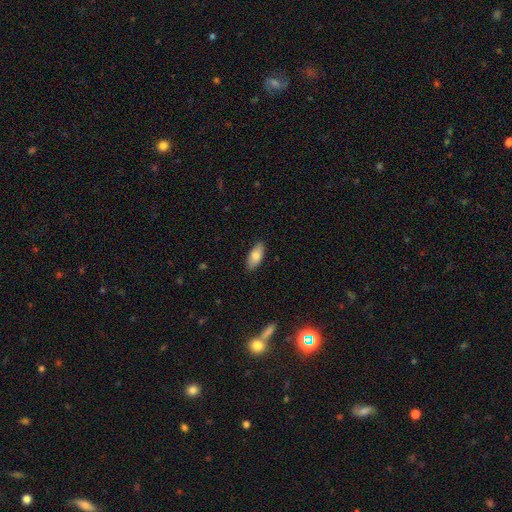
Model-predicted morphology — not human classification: Smooth or featured? smooth (82%)
How rounded? in between (85%)
Merging? none (86%)